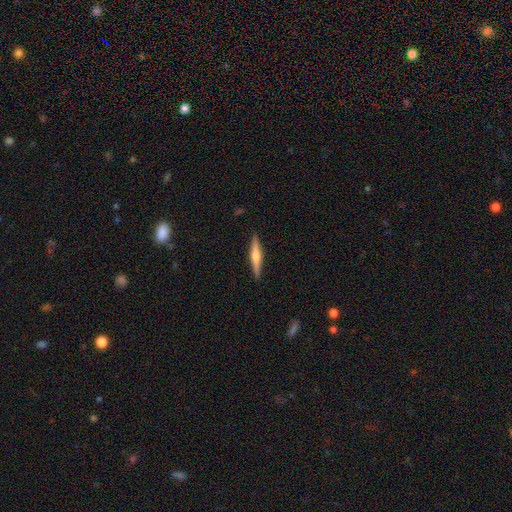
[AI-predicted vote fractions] Smooth or featured? featured or disk (55%)
Edge-on disk? yes (97%)
Edge-on bulge? rounded (78%)
Merging? none (91%)